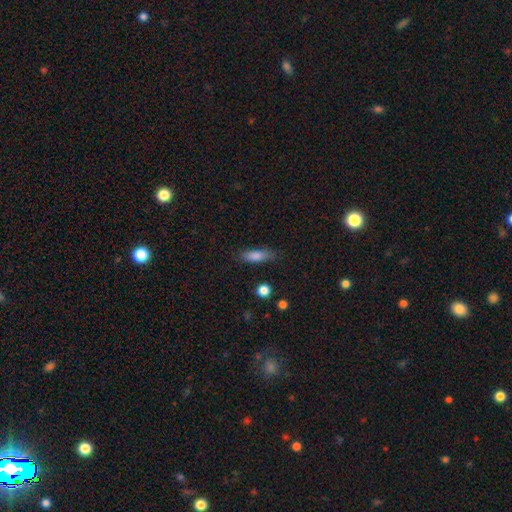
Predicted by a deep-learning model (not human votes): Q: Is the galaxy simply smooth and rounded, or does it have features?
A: smooth — 81%.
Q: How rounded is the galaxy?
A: in between — 55%.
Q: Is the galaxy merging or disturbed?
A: none — 81%.